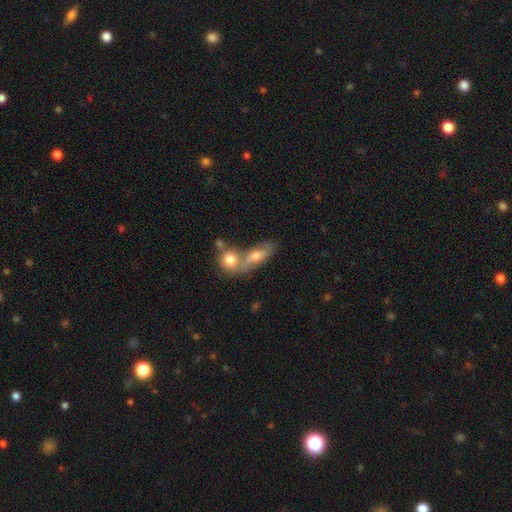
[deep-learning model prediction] smooth 63%, featured or disk 28%, star or artifact 9%. Down the decision tree: how rounded — in between (59%); merging — merger (51%).